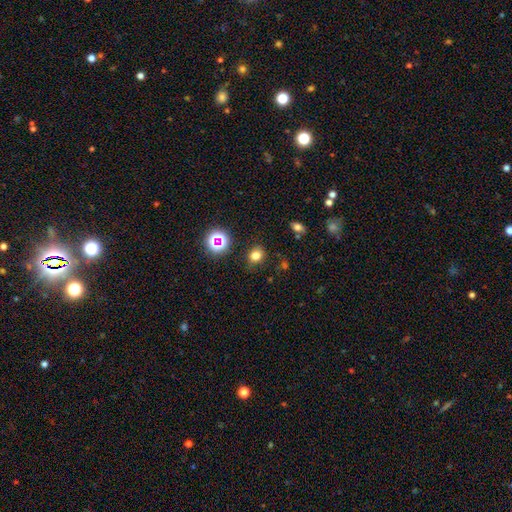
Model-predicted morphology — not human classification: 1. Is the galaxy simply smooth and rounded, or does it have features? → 75% smooth, 19% star or artifact, 7% featured or disk.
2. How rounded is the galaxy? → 65% round, 34% in between, 1% cigar-shaped.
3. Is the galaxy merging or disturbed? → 82% none, 12% minor disturbance, 4% major disturbance, 2% merger.